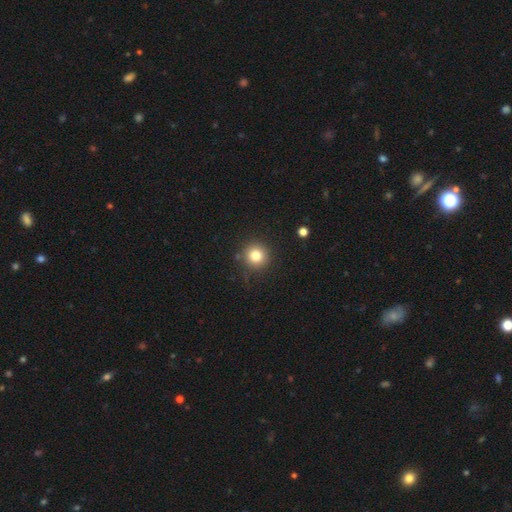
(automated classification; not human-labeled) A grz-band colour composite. It shows a smooth galaxy with no disk features (80%) that is round (94%). Merging: none (87%).